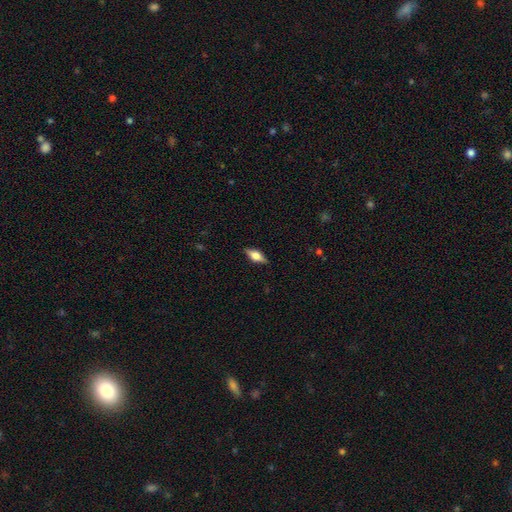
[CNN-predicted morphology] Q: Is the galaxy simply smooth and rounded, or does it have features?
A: smooth — 48%.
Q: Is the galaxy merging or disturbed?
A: none — 86%.